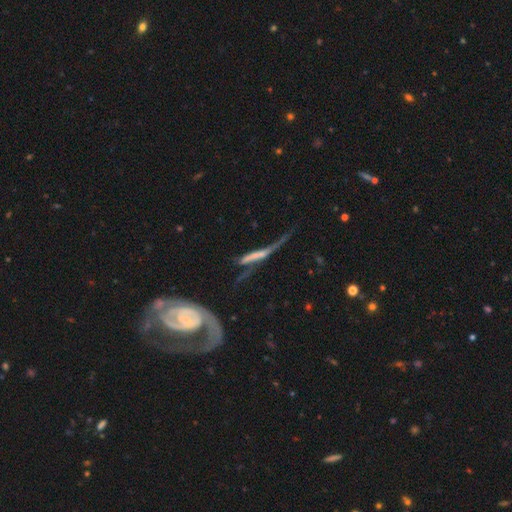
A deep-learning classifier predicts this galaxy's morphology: smooth_or_featured: featured or disk (p=0.64) [alt: smooth p=0.26]
disk_edge_on: yes (p=0.63) [alt: no p=0.37]
merging: major disturbance (p=0.44) [alt: none p=0.25]